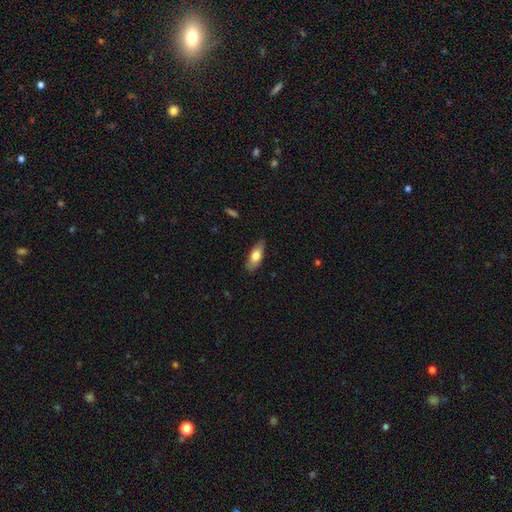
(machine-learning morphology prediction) A smooth galaxy with no disk features (72%) that is in between round and cigar-shaped (72%). Merging: none (76%).